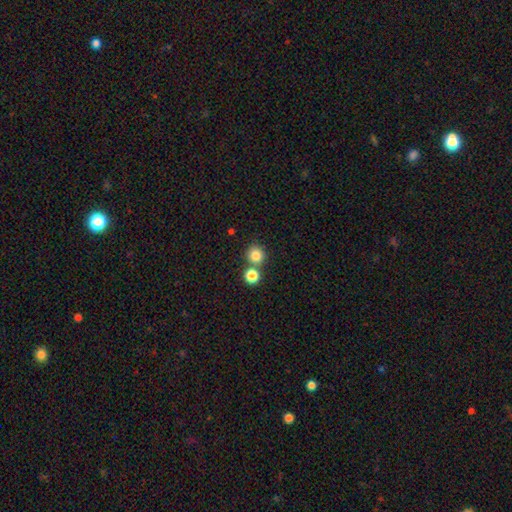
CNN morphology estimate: smooth_or_featured: smooth (p=0.82) [alt: star or artifact p=0.13]
how_rounded: round (p=0.92) [alt: in between p=0.07]
merging: none (p=0.69) [alt: merger p=0.22]